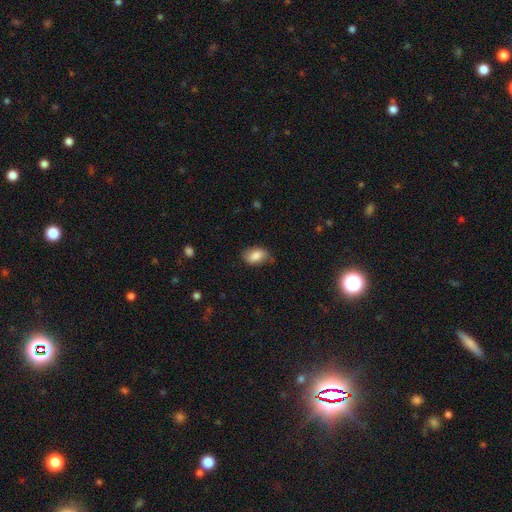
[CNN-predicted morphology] type=smooth (81%); roundness=in between (88%); merging=none (64%).